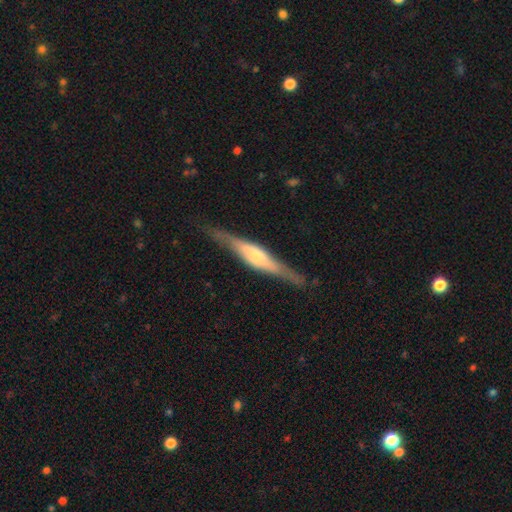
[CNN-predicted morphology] Smooth or featured: featured or disk — 69% (smooth — 26%)
Edge-on disk: yes — 95% (no — 5%)
Edge-on bulge: rounded — 64% (boxy — 27%)
Merging: none — 83% (minor disturbance — 12%)